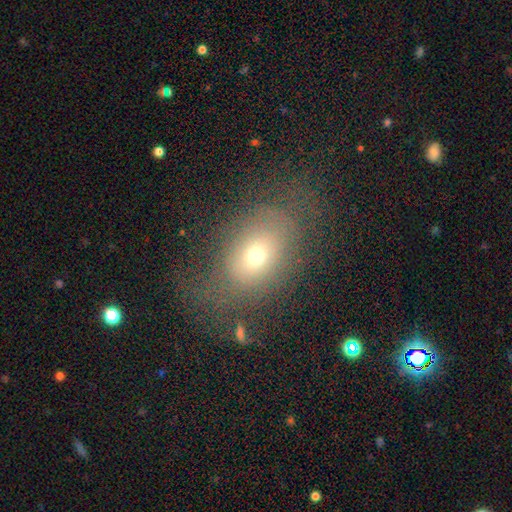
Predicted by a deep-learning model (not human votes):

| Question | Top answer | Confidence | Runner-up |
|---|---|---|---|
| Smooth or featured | smooth | 62% | featured or disk (22%) |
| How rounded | in between | 70% | round (28%) |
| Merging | none | 62% | minor disturbance (20%) |